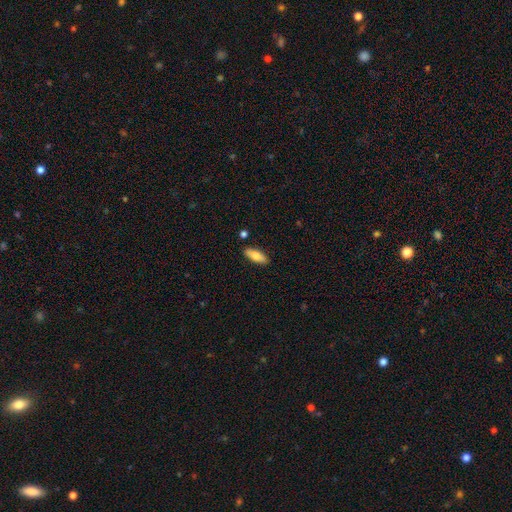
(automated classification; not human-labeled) Smooth or featured?
  - smooth: 73% *
  - featured or disk: 21%
  - star or artifact: 6%
How rounded?
  - in between: 67% *
  - cigar-shaped: 31%
  - round: 2%
Merging?
  - none: 87% *
  - minor disturbance: 9%
  - merger: 2%
  - major disturbance: 2%